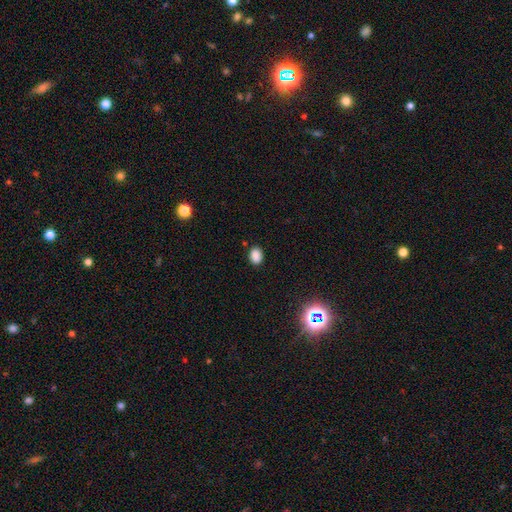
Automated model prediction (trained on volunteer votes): smooth_or_featured: smooth (p=0.86) [alt: star or artifact p=0.11]
how_rounded: in between (p=0.72) [alt: round p=0.27]
merging: none (p=0.87) [alt: minor disturbance p=0.09]